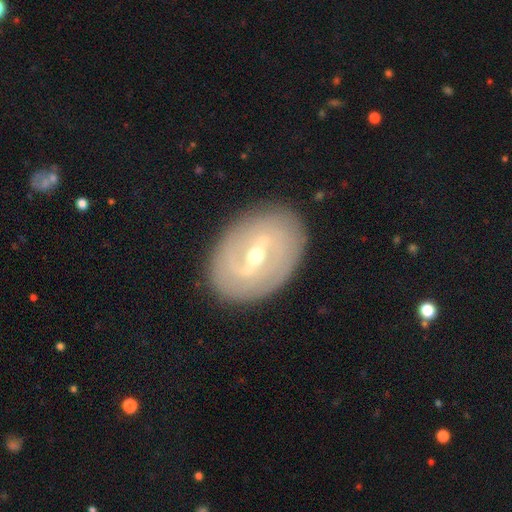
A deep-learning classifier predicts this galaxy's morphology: A featured or disk galaxy (80%) with a strong bar (56%), spiral arms (68%) and a moderate central bulge (51%).

Vote fractions:
- Smooth or featured? featured or disk: 80% / smooth: 14% / star or artifact: 6%
- Edge-on disk? no: 92% / yes: 8%
- Bar? strong: 56% / weak: 35% / no: 9%
- Spiral arms? yes: 68% / no: 32%
- Bulge size? moderate: 51% / small: 45% / large: 2% / none: 1% / dominant: 1%
- Merging? none: 85% / minor disturbance: 10% / major disturbance: 3% / merger: 1%